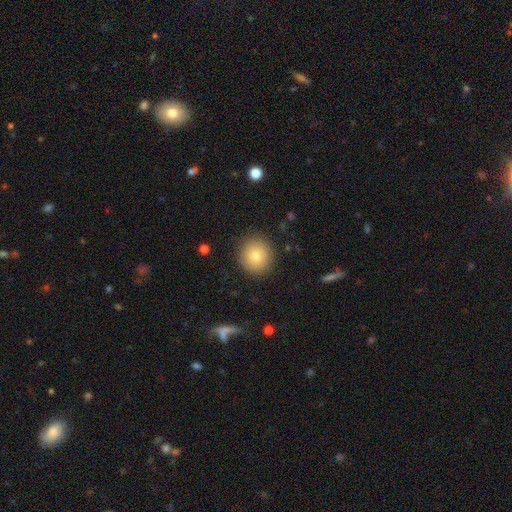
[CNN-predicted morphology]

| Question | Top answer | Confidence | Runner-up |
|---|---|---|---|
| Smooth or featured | smooth | 78% | featured or disk (12%) |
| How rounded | round | 88% | in between (11%) |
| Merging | none | 88% | minor disturbance (8%) |